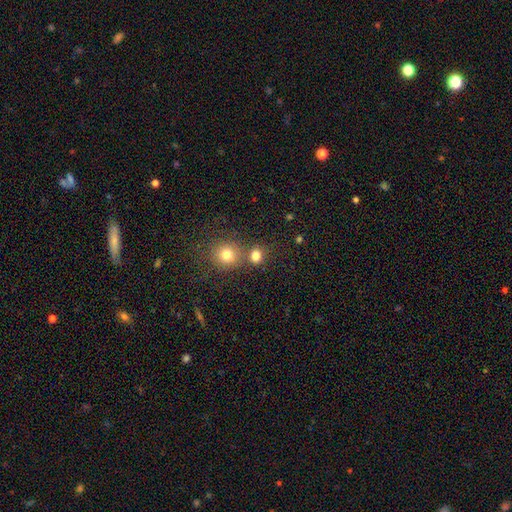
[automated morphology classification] Smooth or featured? Predicted: smooth (p=0.79). How rounded? Predicted: round (p=0.75). Merging? Predicted: none (p=0.60).